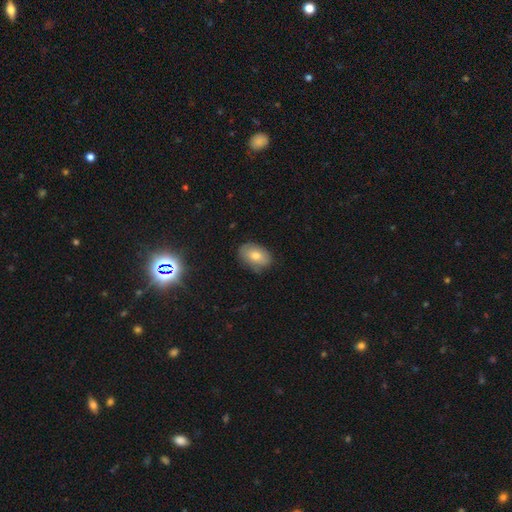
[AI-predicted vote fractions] A smooth galaxy with no disk features (68%) that is in between round and cigar-shaped (85%).

Vote fractions:
- Smooth or featured? smooth: 68% / featured or disk: 20% / star or artifact: 12%
- How rounded? in between: 85% / round: 14% / cigar-shaped: 1%
- Merging? none: 78% / minor disturbance: 18% / major disturbance: 3% / merger: 1%